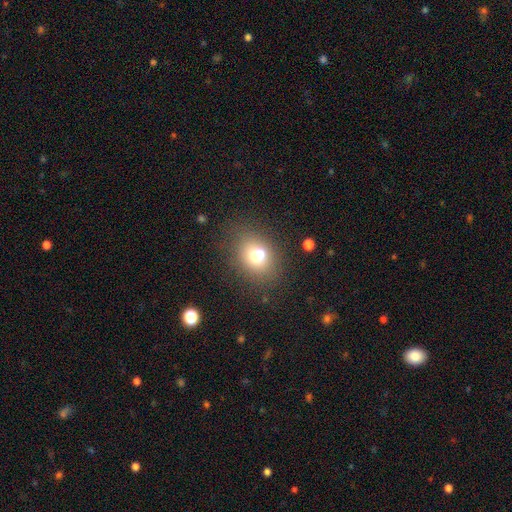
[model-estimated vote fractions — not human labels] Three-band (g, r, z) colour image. It shows a smooth galaxy with no disk features (69%) that is round (54%). Merging: none (55%).